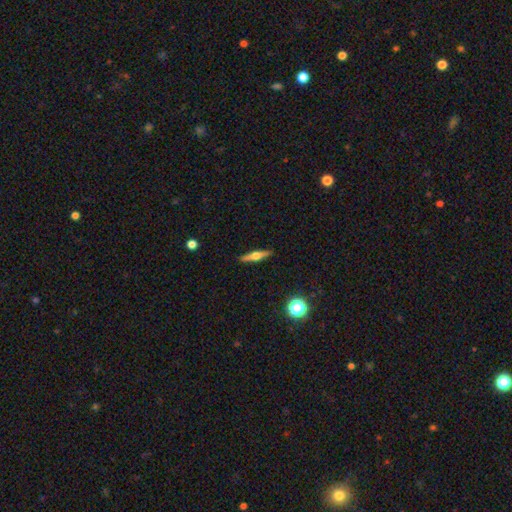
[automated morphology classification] Q: Smooth or featured?
A: featured or disk (65%); runner-up: smooth (28%)
Q: Edge-on disk?
A: yes (97%); runner-up: no (3%)
Q: Edge-on bulge?
A: rounded (93%); runner-up: boxy (5%)
Q: Merging?
A: none (91%); runner-up: minor disturbance (7%)